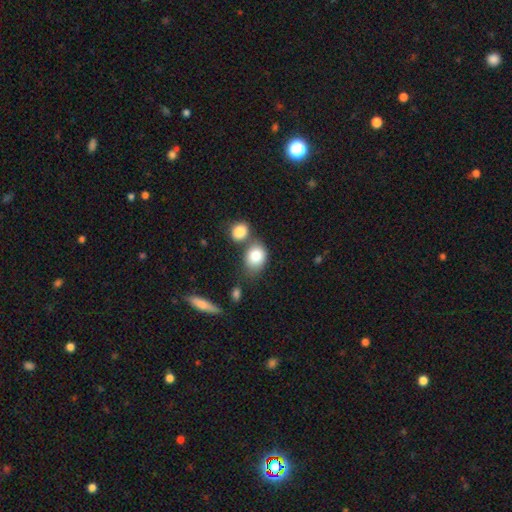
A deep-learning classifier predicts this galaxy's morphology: smooth-or-featured: smooth: 82% | featured or disk: 10% | star or artifact: 8%
  how-rounded: in between: 57% | round: 42% | cigar-shaped: 1%
  merging: none: 45% | merger: 34% | minor disturbance: 15% | major disturbance: 5%